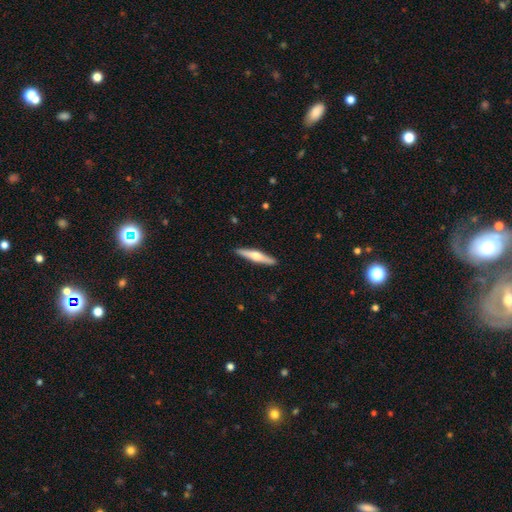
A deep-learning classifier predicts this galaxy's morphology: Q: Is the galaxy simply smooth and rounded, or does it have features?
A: featured or disk — 59%.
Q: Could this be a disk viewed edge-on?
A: yes — 97%.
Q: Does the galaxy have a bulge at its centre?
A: rounded — 92%.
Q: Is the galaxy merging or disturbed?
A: none — 91%.